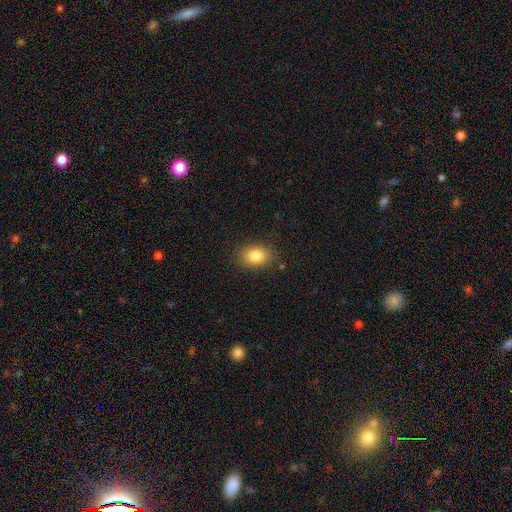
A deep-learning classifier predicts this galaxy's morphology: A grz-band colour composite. It shows a smooth galaxy with no disk features (83%) that is in between round and cigar-shaped (75%). Merging: none (84%).